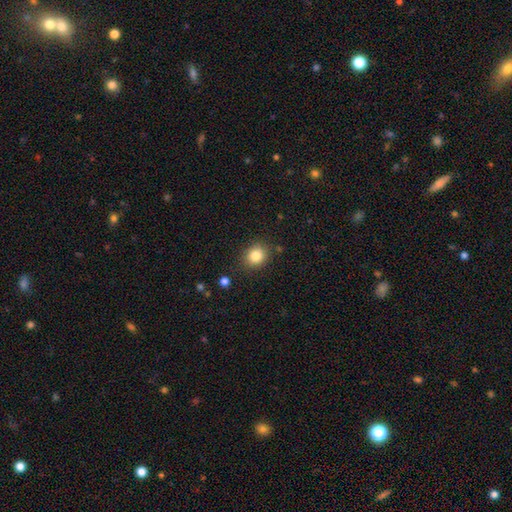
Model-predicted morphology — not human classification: type=smooth (84%); roundness=round (74%); merging=none (86%).